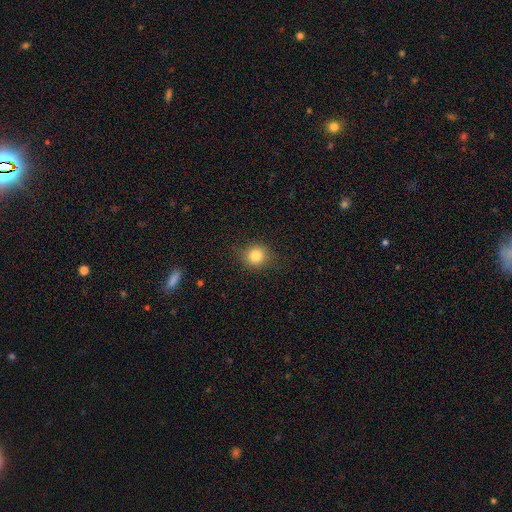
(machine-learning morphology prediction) smooth 81%, star or artifact 11%, featured or disk 7%. Down the decision tree: how rounded — round (82%); merging — none (84%).